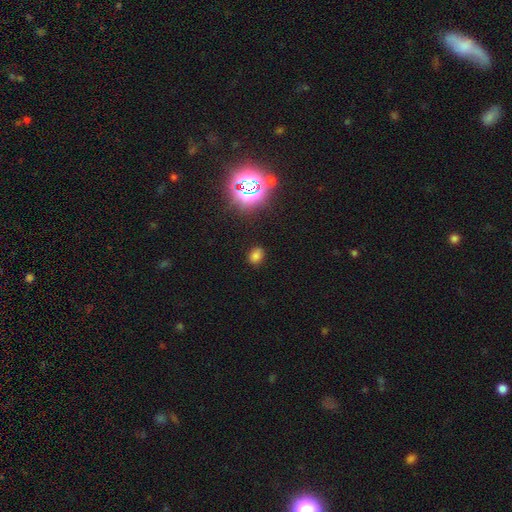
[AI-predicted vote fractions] Overall: smooth (69%). How rounded: in between (50%; round 48%). Merging: none (84%).